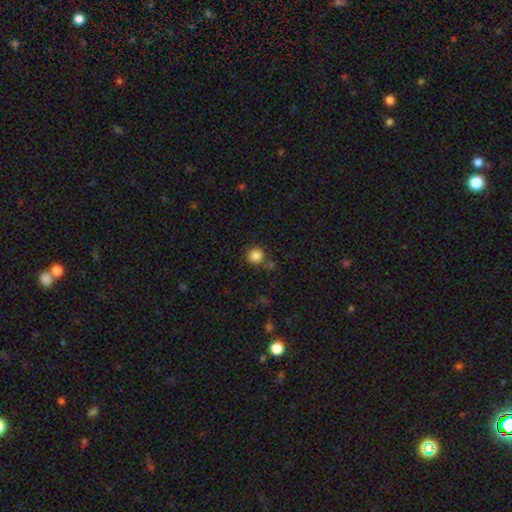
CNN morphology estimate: Smooth or featured? Predicted: smooth (p=0.86). How rounded? Predicted: round (p=0.93). Merging? Predicted: none (p=0.80).